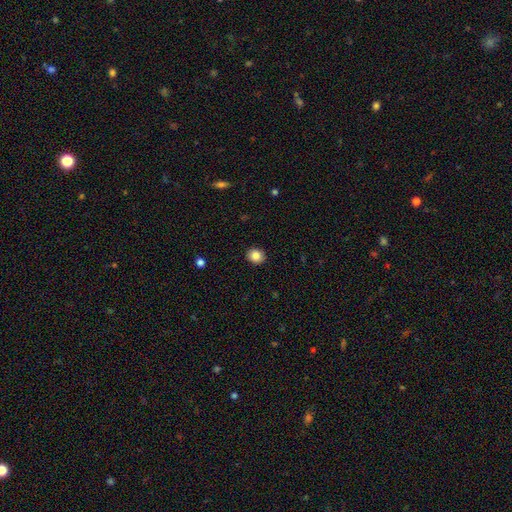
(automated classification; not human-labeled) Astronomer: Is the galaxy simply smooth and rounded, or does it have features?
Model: smooth — 85%.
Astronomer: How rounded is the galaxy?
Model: round — 73%.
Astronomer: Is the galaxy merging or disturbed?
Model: none — 90%.